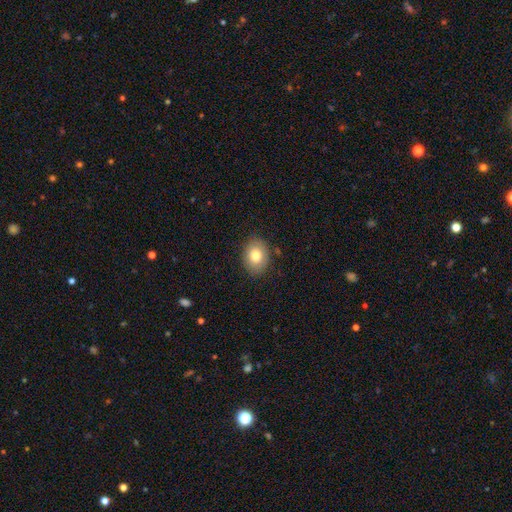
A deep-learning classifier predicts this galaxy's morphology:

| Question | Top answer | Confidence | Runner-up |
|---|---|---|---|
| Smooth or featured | smooth | 80% | featured or disk (12%) |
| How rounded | in between | 63% | round (36%) |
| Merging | none | 86% | minor disturbance (10%) |